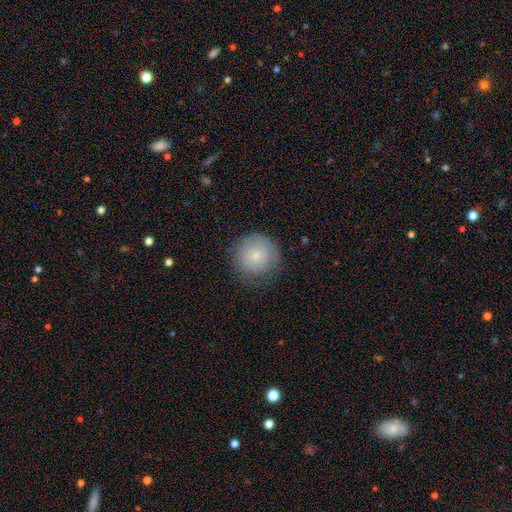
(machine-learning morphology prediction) Smooth or featured?
  - smooth: 75% *
  - featured or disk: 18%
  - star or artifact: 8%
How rounded?
  - round: 94% *
  - in between: 5%
  - cigar-shaped: 1%
Merging?
  - none: 76% *
  - minor disturbance: 17%
  - major disturbance: 6%
  - merger: 1%